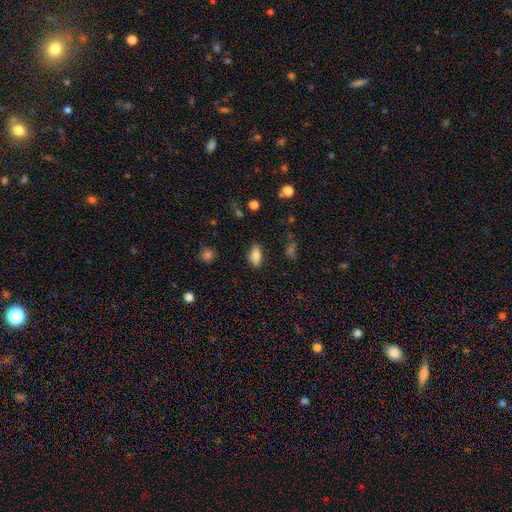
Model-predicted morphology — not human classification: Smooth or featured?
  - smooth: 79% *
  - featured or disk: 11%
  - star or artifact: 10%
How rounded?
  - in between: 88% *
  - cigar-shaped: 6%
  - round: 6%
Merging?
  - none: 78% *
  - minor disturbance: 16%
  - major disturbance: 4%
  - merger: 2%